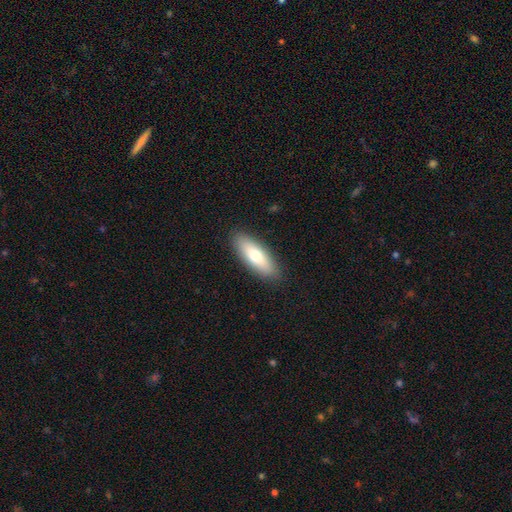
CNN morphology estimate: This is likely a smooth galaxy (70%). How rounded: likely in between (61%). Merging: clearly none (89%).